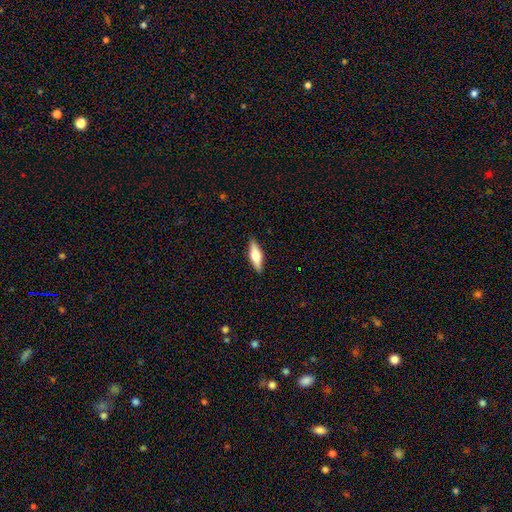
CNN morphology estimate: A smooth galaxy with no disk features (58%) that is in between round and cigar-shaped (49%, tied with cigar-shaped). Merging: none (89%).